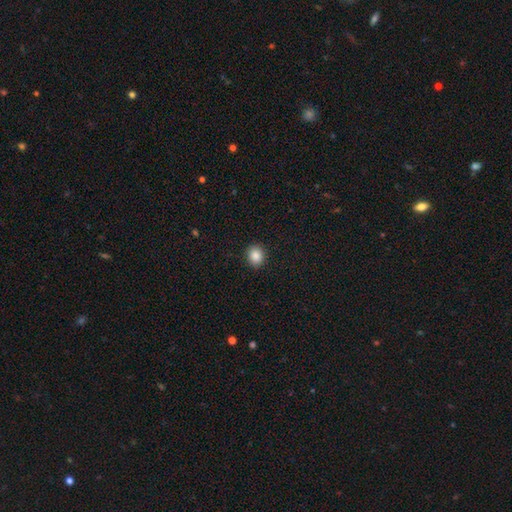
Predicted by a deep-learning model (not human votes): Overall: smooth (87%). How rounded: round (72%). Merging: none (90%).